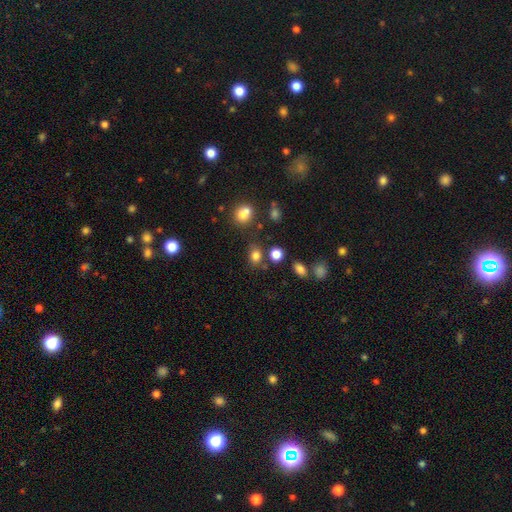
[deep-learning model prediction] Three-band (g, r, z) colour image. It shows a smooth galaxy with no disk features (79%) that is round (53%). Merging: none (69%).